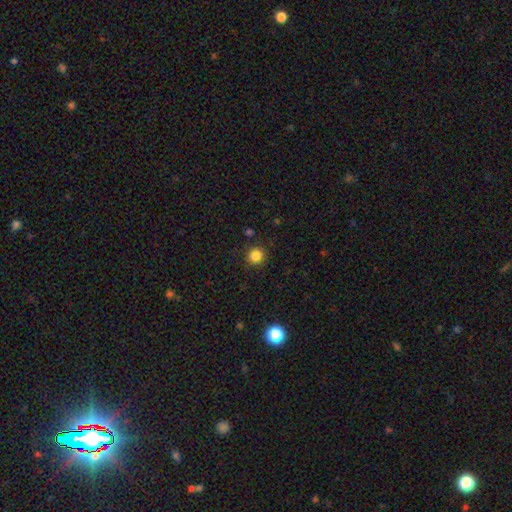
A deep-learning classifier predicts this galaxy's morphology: Smooth or featured? smooth (84%)
How rounded? round (94%)
Merging? none (90%)